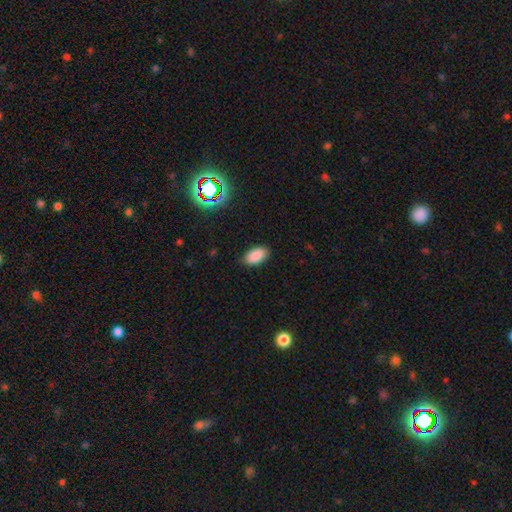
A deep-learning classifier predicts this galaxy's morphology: smooth_or_featured: smooth (p=0.88) [alt: star or artifact p=0.08]
how_rounded: in between (p=0.94) [alt: round p=0.04]
merging: none (p=0.87) [alt: minor disturbance p=0.10]